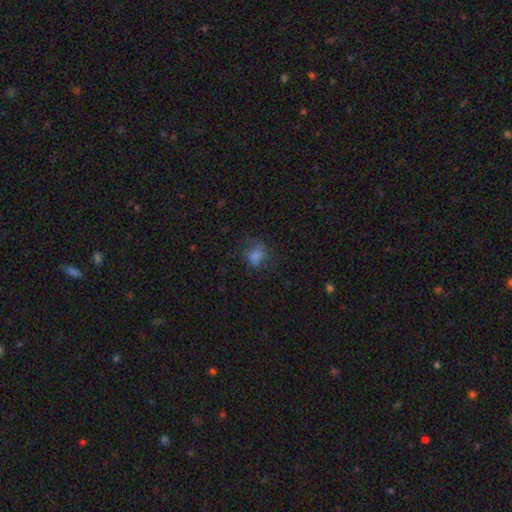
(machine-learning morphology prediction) Q: Smooth or featured?
A: smooth (71%); runner-up: star or artifact (18%)
Q: How rounded?
A: round (53%); runner-up: in between (46%)
Q: Merging?
A: none (57%); runner-up: minor disturbance (24%)